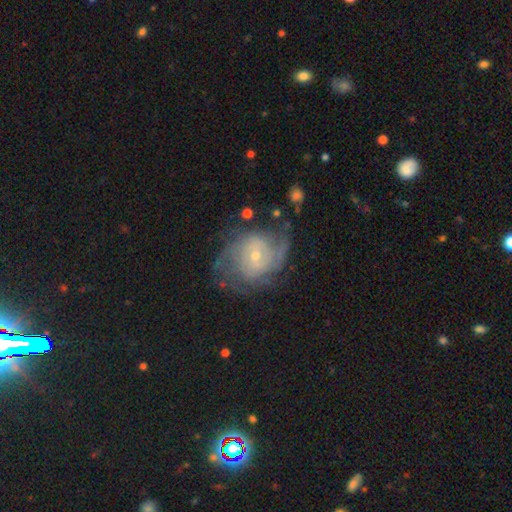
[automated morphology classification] A featured or disk galaxy (80%) with no bar (66%), tight (53%) spiral arms (90%) and a small central bulge (61%).

Vote fractions:
- Smooth or featured? featured or disk: 80% / smooth: 13% / star or artifact: 7%
- Edge-on disk? no: 97% / yes: 3%
- Bar? no: 66% / weak: 29% / strong: 5%
- Spiral arms? yes: 90% / no: 10%
- Spiral winding? tight: 53% / medium: 33% / loose: 13%
- Spiral arm count? can't tell: 37% / 2: 32% / 3: 14% / 4: 7% / 1: 6% / more than 4: 5%
- Bulge size? small: 61% / moderate: 36% / large: 2% / none: 1% / dominant: 1%
- Merging? none: 59% / minor disturbance: 22% / major disturbance: 17% / merger: 2%